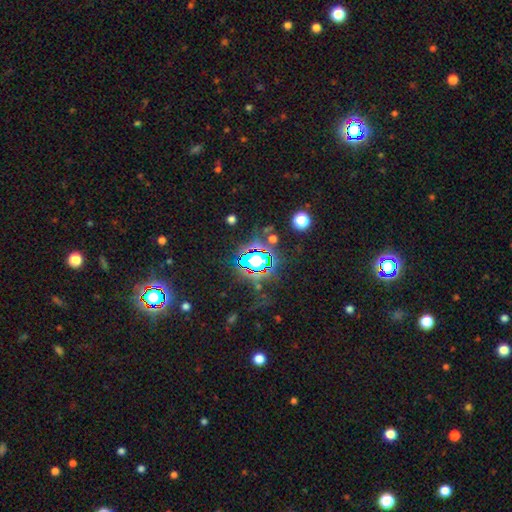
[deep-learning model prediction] This appears to be a star or artifact, not a galaxy (69%).